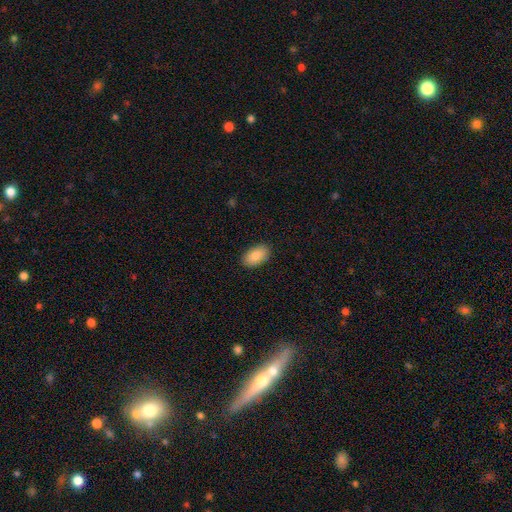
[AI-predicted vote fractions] Morphology: type=smooth (87%); roundness=in between (94%); merging=none (89%).